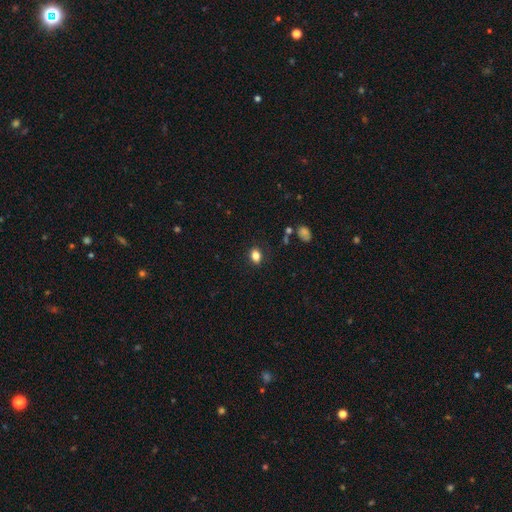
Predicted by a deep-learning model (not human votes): A smooth galaxy with no disk features (83%) that is in between round and cigar-shaped (70%). Merging: none (84%).